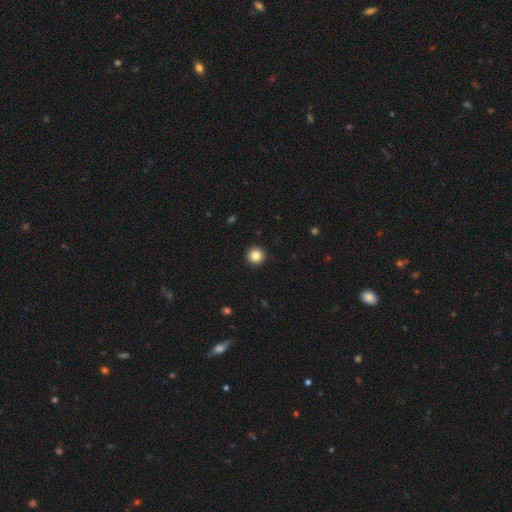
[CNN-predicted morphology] Overall: smooth (84%). How rounded: round (96%). Merging: none (93%).